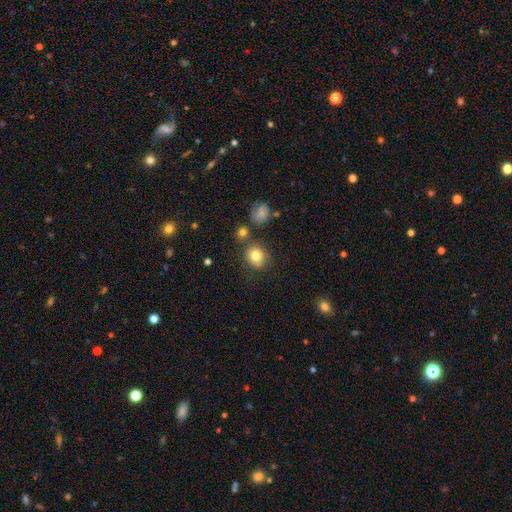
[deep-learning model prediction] Smooth or featured? Predicted: smooth (p=0.80). How rounded? Predicted: round (p=0.78). Merging? Predicted: none (p=0.75).